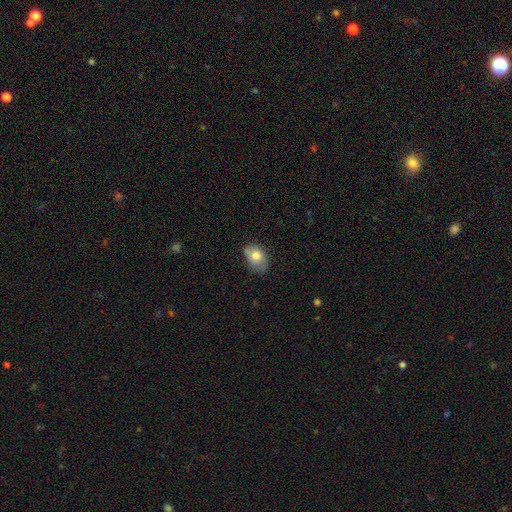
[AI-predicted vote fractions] A smooth galaxy with no disk features (77%) that is in between round and cigar-shaped (80%). Merging: none (65%).